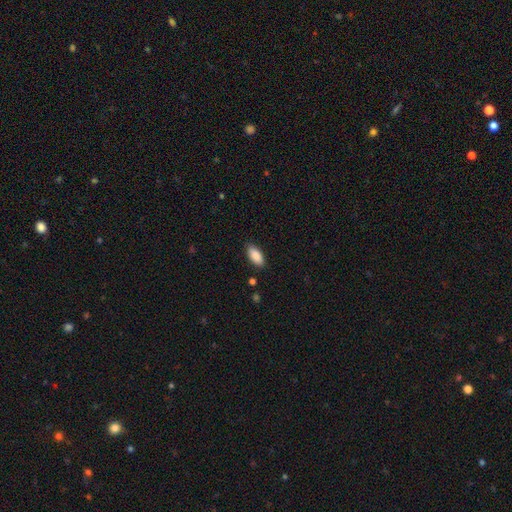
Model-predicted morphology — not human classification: type=smooth (89%); roundness=in between (89%); merging=none (87%).